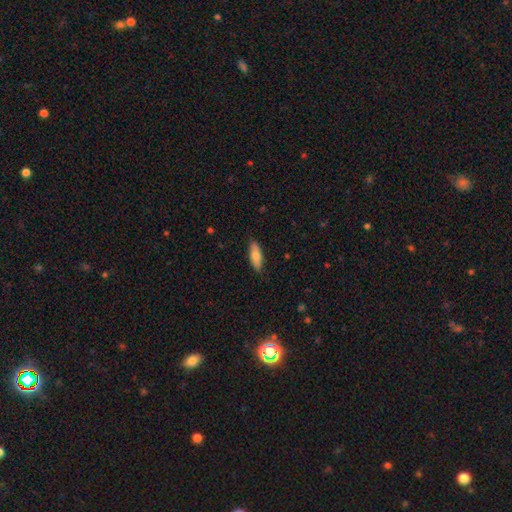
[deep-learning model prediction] Overall: smooth (77%). How rounded: in between (64%; cigar-shaped 34%). Merging: none (85%).